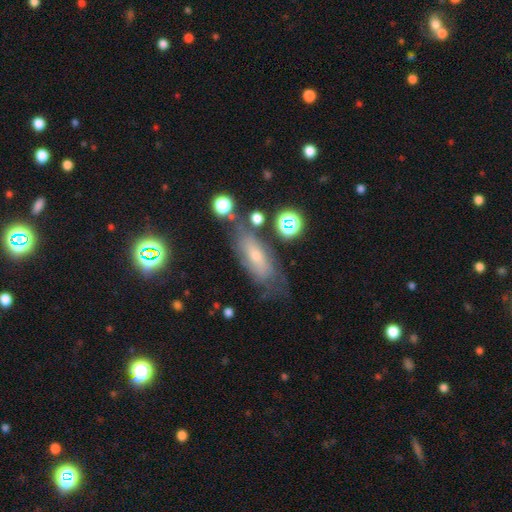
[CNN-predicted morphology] Q: Smooth or featured?
A: featured or disk (45%); runner-up: smooth (41%)
Q: Merging?
A: none (57%); runner-up: minor disturbance (24%)